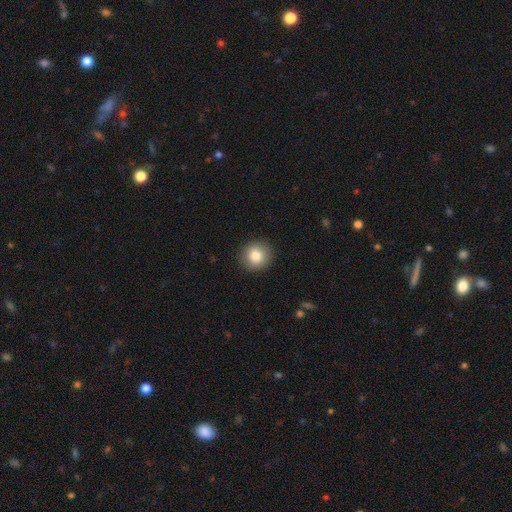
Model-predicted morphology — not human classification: smooth_or_featured: smooth (p=0.83) [alt: star or artifact p=0.09]
how_rounded: round (p=0.91) [alt: in between p=0.08]
merging: none (p=0.91) [alt: minor disturbance p=0.06]